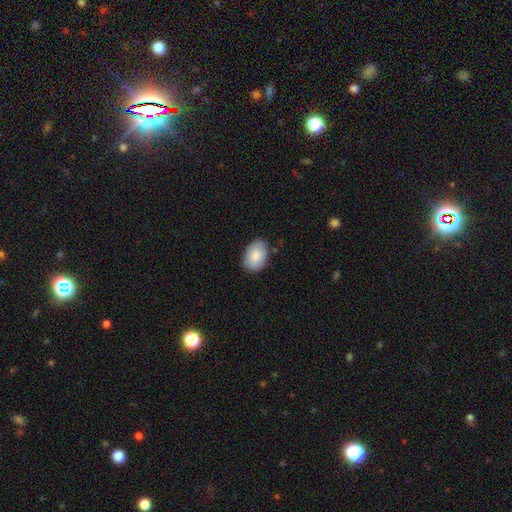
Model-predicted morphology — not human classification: Smooth or featured? smooth (84%)
How rounded? in between (81%)
Merging? none (77%)